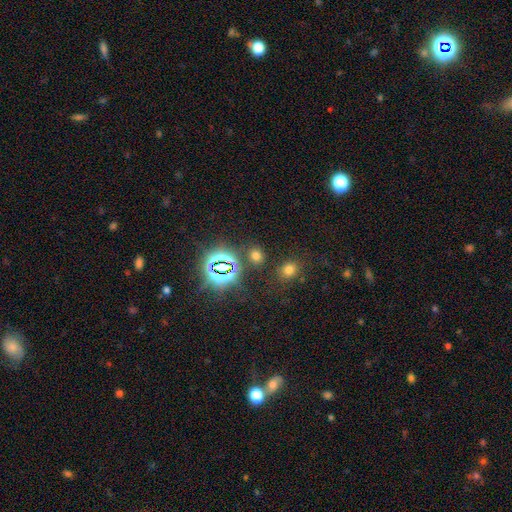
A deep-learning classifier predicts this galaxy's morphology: Smooth or featured: smooth — 56% (star or artifact — 38%)
How rounded: round — 62% (in between — 36%)
Merging: none — 82% (minor disturbance — 8%)